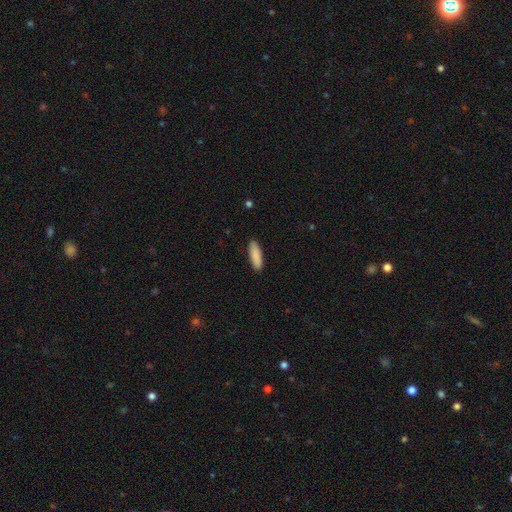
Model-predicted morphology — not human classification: type=smooth (89%); roundness=cigar-shaped (51%); merging=none (89%).